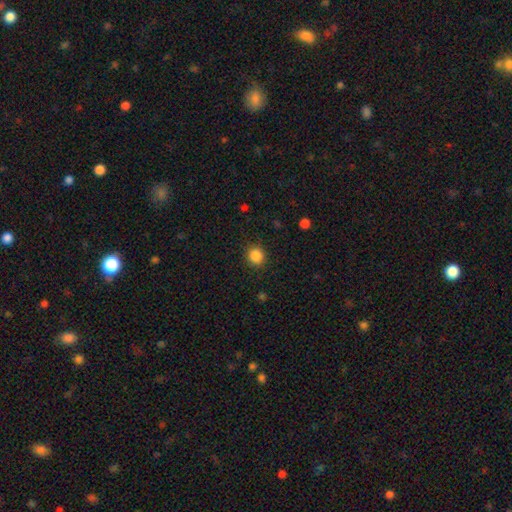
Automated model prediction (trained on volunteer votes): smooth_or_featured: smooth (p=0.86) [alt: star or artifact p=0.11]
how_rounded: round (p=0.88) [alt: in between p=0.11]
merging: none (p=0.89) [alt: minor disturbance p=0.07]